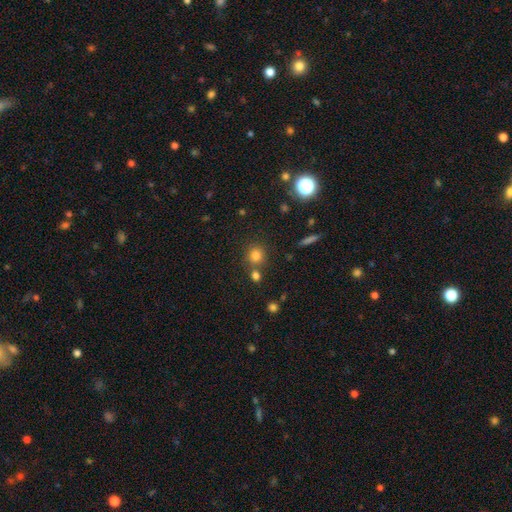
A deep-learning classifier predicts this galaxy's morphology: smooth 78%, star or artifact 15%, featured or disk 7%. Down the decision tree: how rounded — round (90%); merging — none (71%).